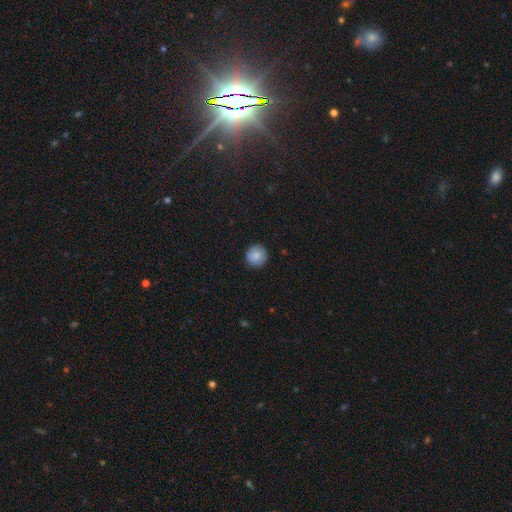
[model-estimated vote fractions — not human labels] Overall: smooth (84%). How rounded: round (95%). Merging: none (89%).